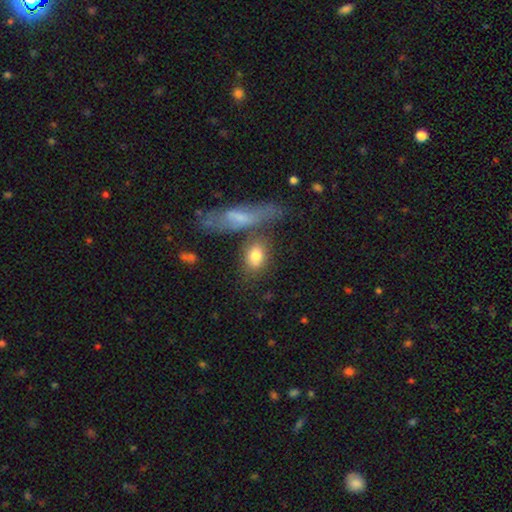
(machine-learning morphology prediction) Smooth or featured: smooth — 75% (featured or disk — 17%)
How rounded: in between — 74% (round — 19%)
Merging: none — 52% (merger — 24%)